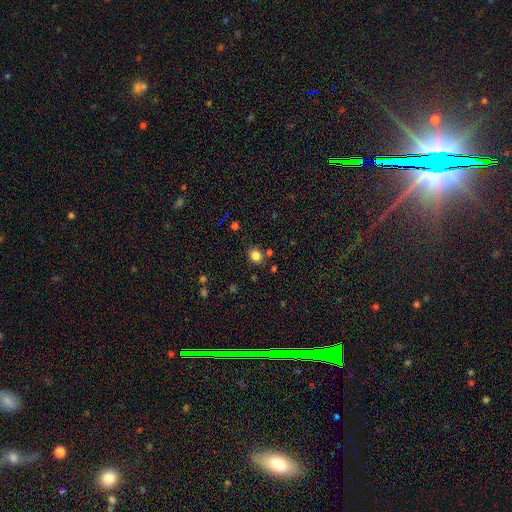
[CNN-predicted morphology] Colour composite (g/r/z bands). It shows a smooth galaxy with no disk features (83%) that is round (66%). Merging: none (80%).